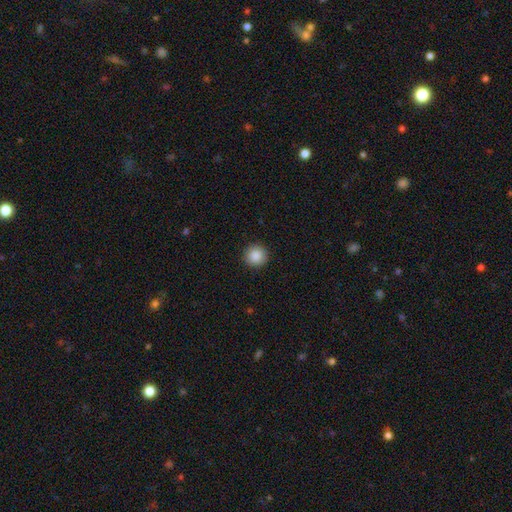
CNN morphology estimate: Smooth or featured: smooth — 88% (star or artifact — 9%)
How rounded: round — 95% (in between — 4%)
Merging: none — 93% (minor disturbance — 5%)